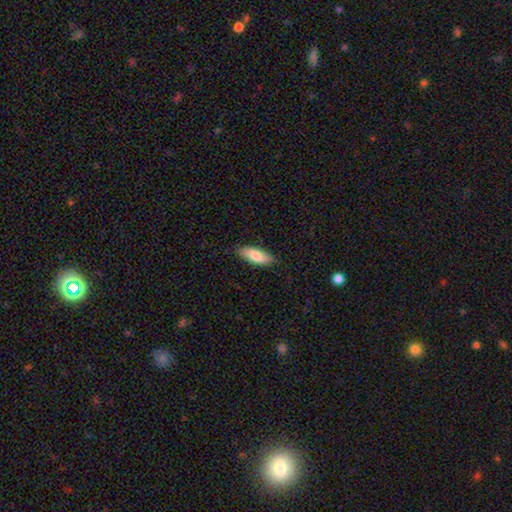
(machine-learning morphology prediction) Smooth or featured? Predicted: smooth (p=0.81). How rounded? Predicted: in between (p=0.75). Merging? Predicted: none (p=0.82).